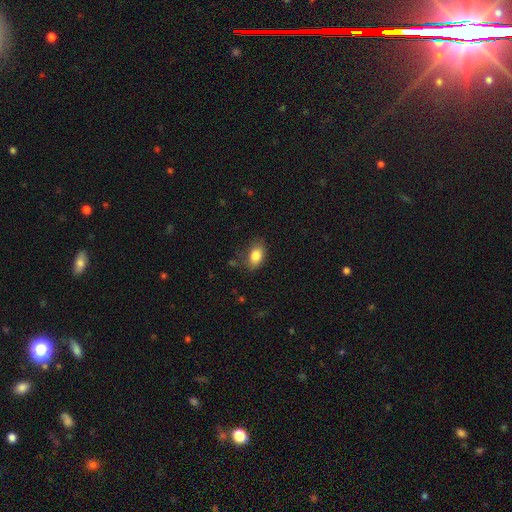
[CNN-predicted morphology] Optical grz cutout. It shows a smooth galaxy with no disk features (84%) that is in between round and cigar-shaped (87%). Merging: none (75%).